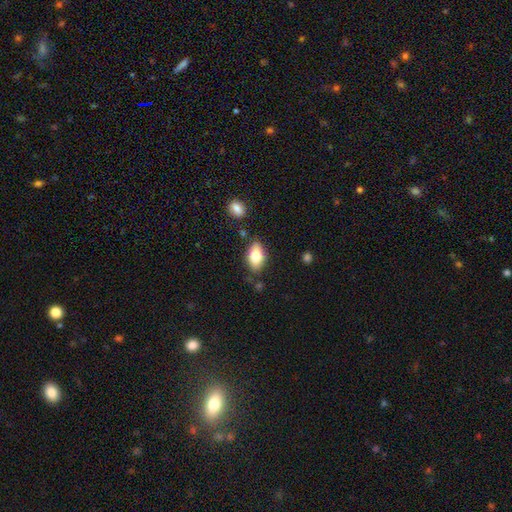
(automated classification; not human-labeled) Smooth or featured: smooth — 78% (featured or disk — 15%)
How rounded: in between — 88% (round — 9%)
Merging: none — 78% (minor disturbance — 14%)